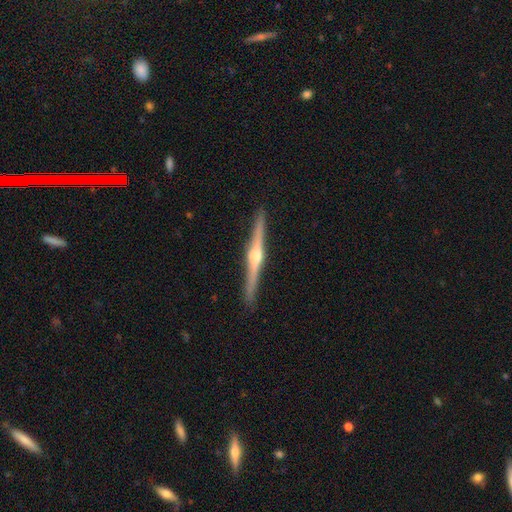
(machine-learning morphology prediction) This appears to be a featured or disk galaxy (85%) viewed edge-on (99%) with a rounded central bulge (91%). Merging: none (93%).